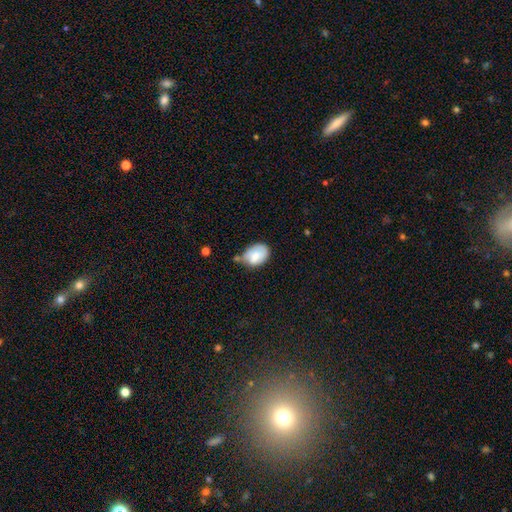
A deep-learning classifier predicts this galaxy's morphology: Smooth or featured: smooth — 77% (featured or disk — 16%)
How rounded: in between — 78% (round — 21%)
Merging: none — 41% (minor disturbance — 39%)